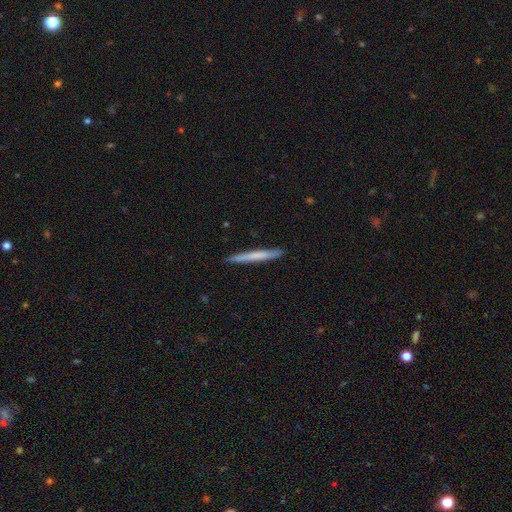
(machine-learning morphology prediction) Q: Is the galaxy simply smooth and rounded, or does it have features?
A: smooth — 63%.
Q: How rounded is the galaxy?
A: cigar-shaped — 97%.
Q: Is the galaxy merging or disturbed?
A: none — 91%.